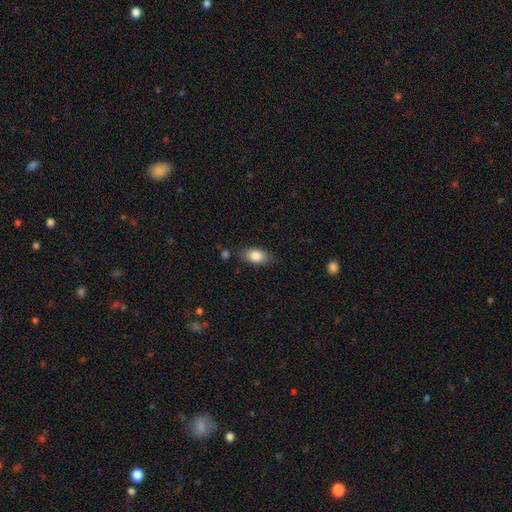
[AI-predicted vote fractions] A smooth galaxy with no disk features (83%) that is in between round and cigar-shaped (89%).

Vote fractions:
- Smooth or featured? smooth: 83% / featured or disk: 10% / star or artifact: 7%
- How rounded? in between: 89% / round: 7% / cigar-shaped: 4%
- Merging? none: 80% / minor disturbance: 14% / major disturbance: 3% / merger: 3%